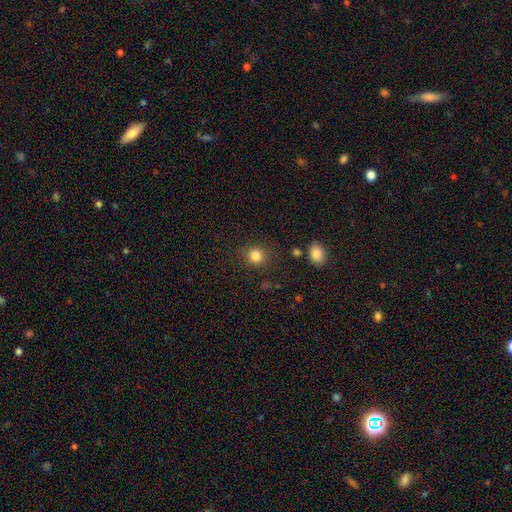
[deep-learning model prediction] Smooth or featured? smooth (84%)
How rounded? round (84%)
Merging? none (84%)